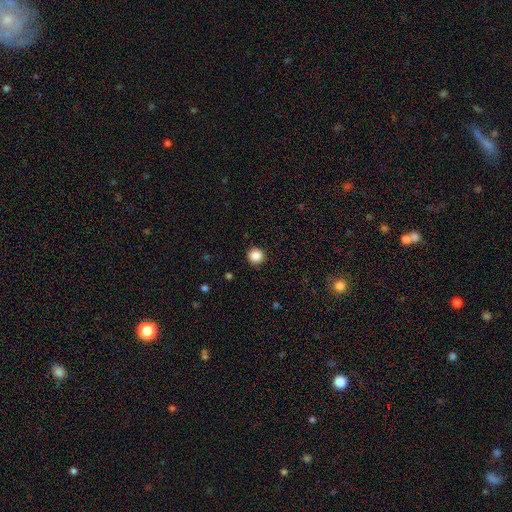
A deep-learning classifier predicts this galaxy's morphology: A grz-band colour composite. It shows a smooth galaxy with no disk features (86%) that is round (94%). Merging: none (92%).